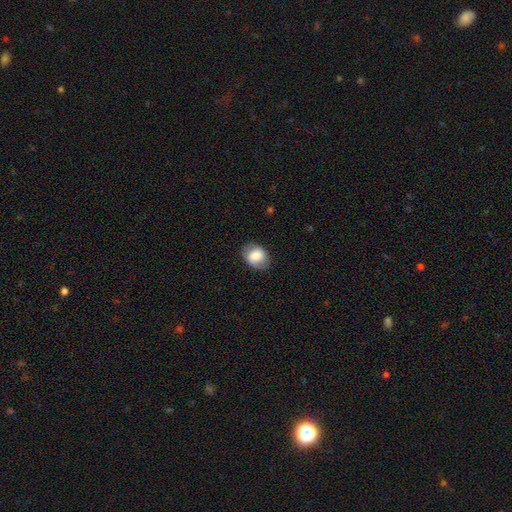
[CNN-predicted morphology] Smooth or featured: smooth — 75% (featured or disk — 17%)
How rounded: in between — 61% (round — 38%)
Merging: none — 76% (minor disturbance — 18%)